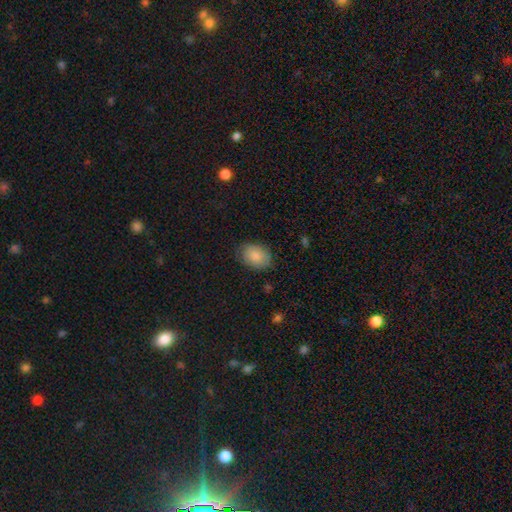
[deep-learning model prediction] smooth 85%, featured or disk 8%, star or artifact 7%. Down the decision tree: how rounded — in between (72%); merging — none (80%).